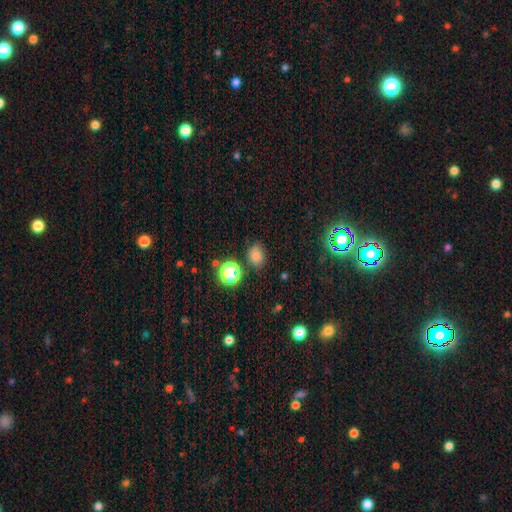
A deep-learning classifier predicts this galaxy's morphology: Smooth or featured? smooth (75%)
How rounded? round (52%)
Merging? none (79%)